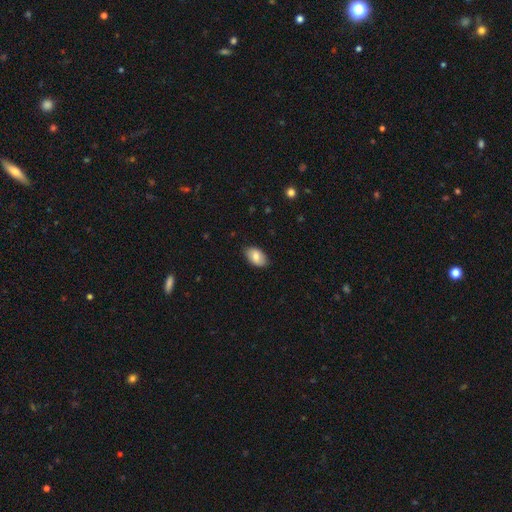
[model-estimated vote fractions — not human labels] smooth_or_featured: smooth (p=0.78) [alt: featured or disk p=0.16]
how_rounded: in between (p=0.93) [alt: round p=0.06]
merging: none (p=0.84) [alt: minor disturbance p=0.13]